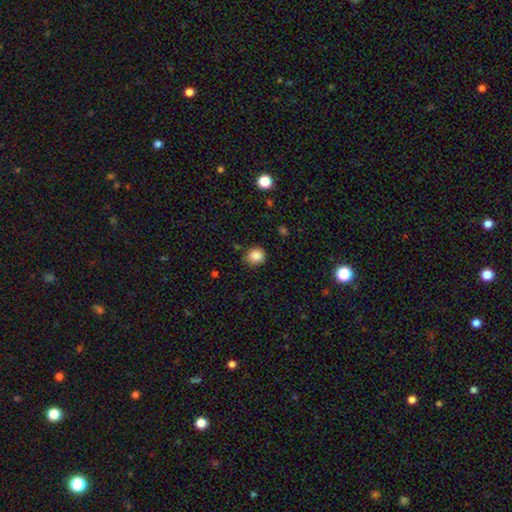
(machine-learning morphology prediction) Overall: smooth (87%). How rounded: round (74%). Merging: none (81%).